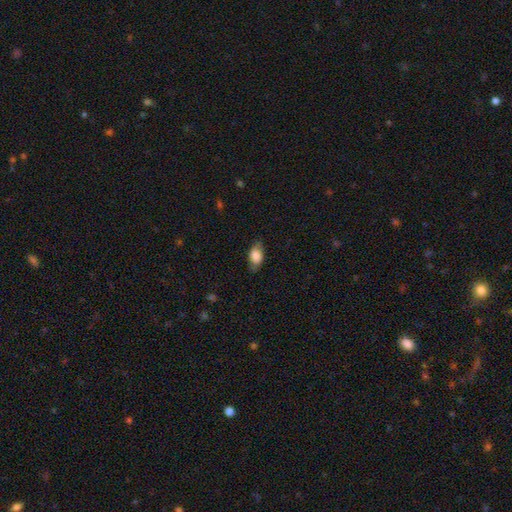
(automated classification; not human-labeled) Smooth or featured: smooth — 77% (featured or disk — 16%)
How rounded: in between — 88% (round — 6%)
Merging: none — 77% (minor disturbance — 17%)